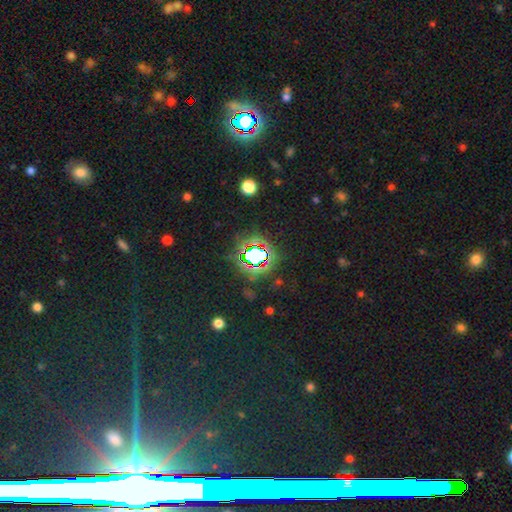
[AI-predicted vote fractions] Morphology: type=star or artifact (74%).